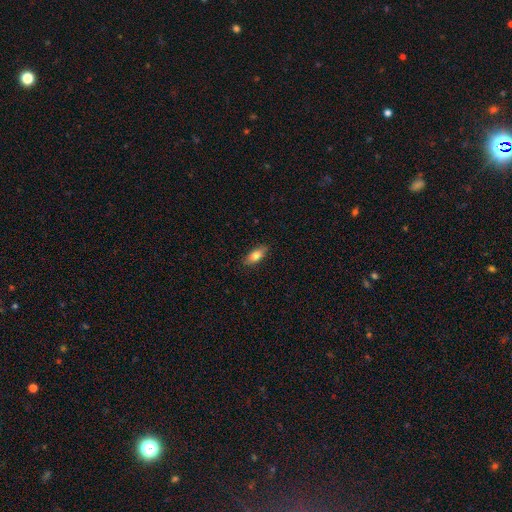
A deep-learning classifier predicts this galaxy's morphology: smooth 82%, featured or disk 11%, star or artifact 7%. Down the decision tree: how rounded — in between (80%); merging — none (84%).